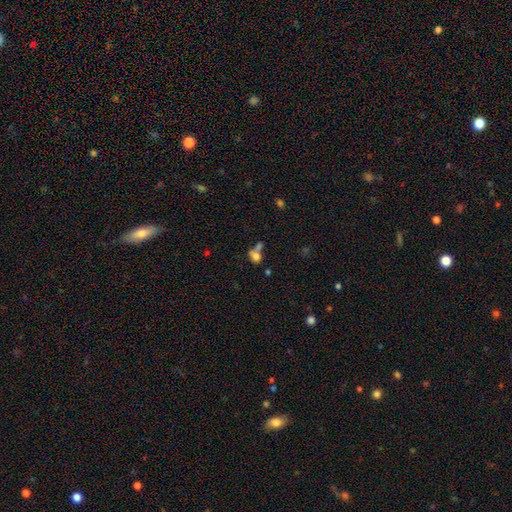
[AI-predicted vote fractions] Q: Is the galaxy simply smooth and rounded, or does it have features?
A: smooth — 72%.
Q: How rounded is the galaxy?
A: in between — 50%.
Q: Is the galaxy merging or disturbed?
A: merger — 51%.